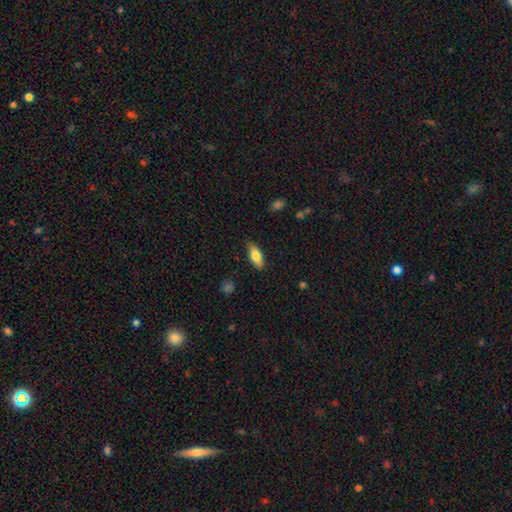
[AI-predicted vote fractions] This is likely a smooth galaxy (74%). How rounded: likely in between (76%). Merging: clearly none (81%).